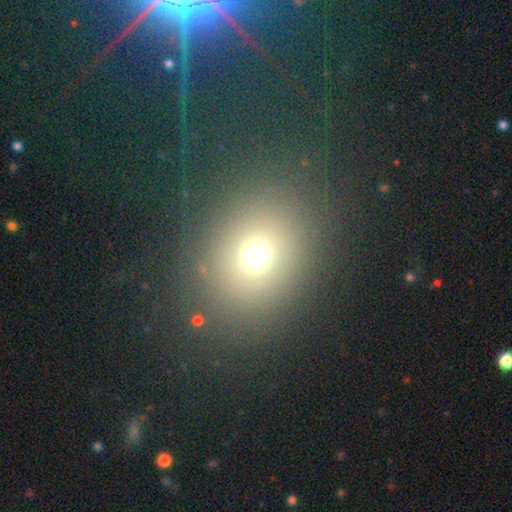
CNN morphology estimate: type=smooth (68%); roundness=round (66%); merging=none (81%).